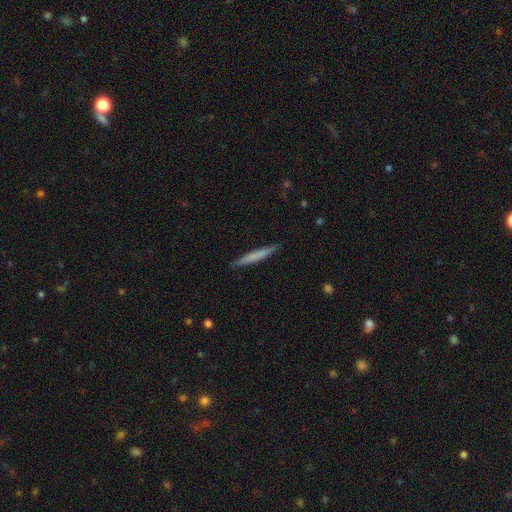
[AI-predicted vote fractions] smooth 65%, featured or disk 29%, star or artifact 5%. Down the decision tree: how rounded — cigar-shaped (96%); merging — none (89%).